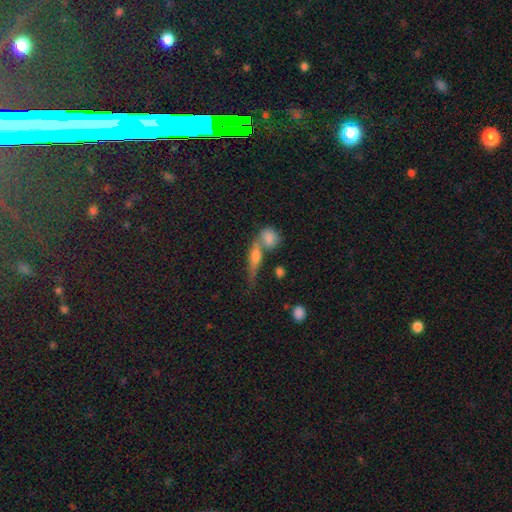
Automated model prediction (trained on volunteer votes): Smooth or featured? Predicted: smooth (p=0.45). Merging? Predicted: none (p=0.44).